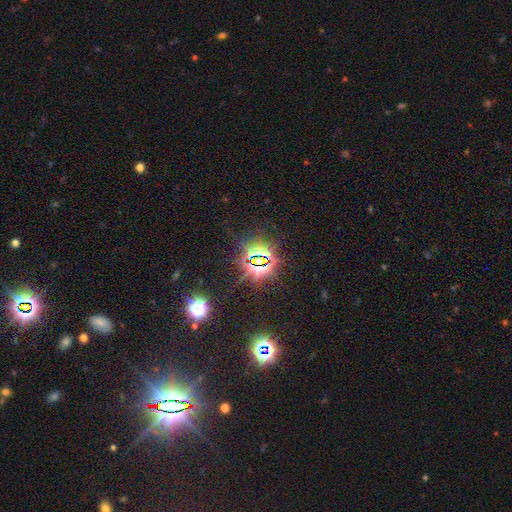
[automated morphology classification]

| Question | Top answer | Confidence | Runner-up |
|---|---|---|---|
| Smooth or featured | star or artifact | 83% | smooth (9%) |